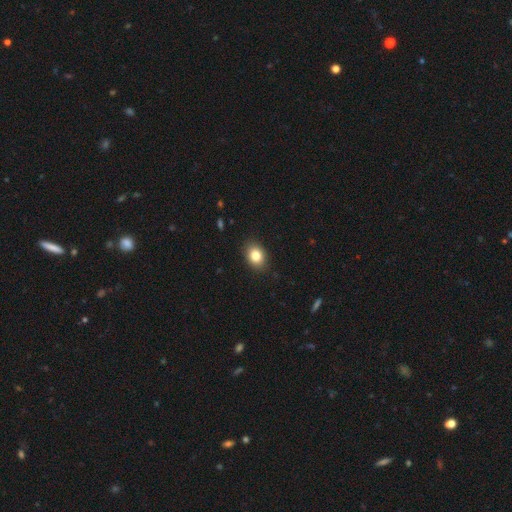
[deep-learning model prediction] Smooth or featured?
  - smooth: 83% *
  - star or artifact: 9%
  - featured or disk: 7%
How rounded?
  - in between: 63% *
  - round: 36%
  - cigar-shaped: 1%
Merging?
  - none: 87% *
  - minor disturbance: 9%
  - major disturbance: 2%
  - merger: 1%